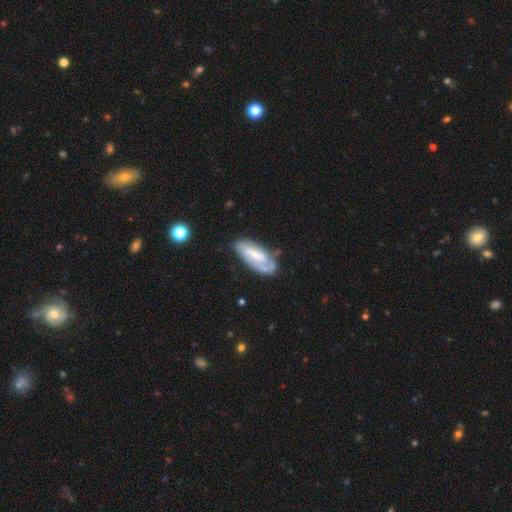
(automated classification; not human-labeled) The model was most divided on "smooth or featured": featured or disk: 53%, smooth: 41%, star or artifact: 7%. More confident: edge-on disk — no (86%); merging — none (51%).